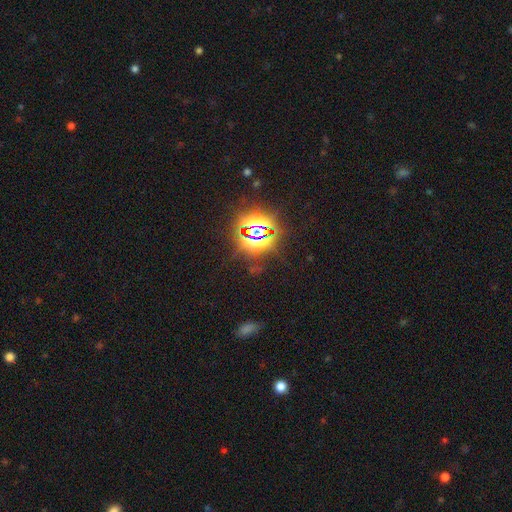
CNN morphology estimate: Smooth or featured?
  - star or artifact: 82% *
  - smooth: 11%
  - featured or disk: 7%